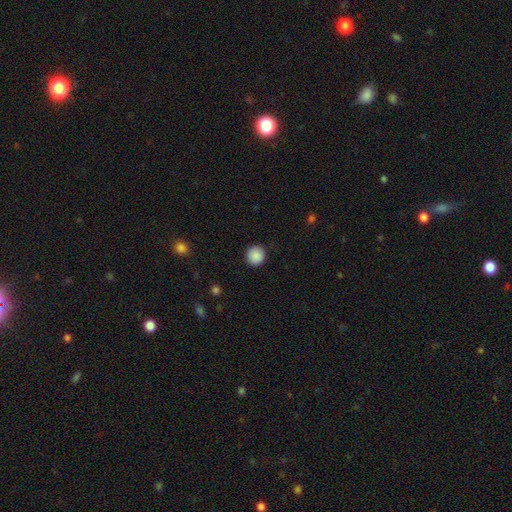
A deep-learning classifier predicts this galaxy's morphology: Smooth or featured? Predicted: smooth (p=0.89). How rounded? Predicted: round (p=0.93). Merging? Predicted: none (p=0.91).